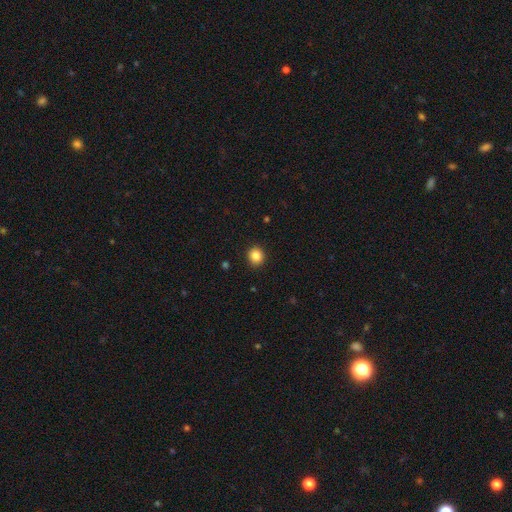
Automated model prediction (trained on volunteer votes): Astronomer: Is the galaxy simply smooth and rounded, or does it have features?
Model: smooth — 86%.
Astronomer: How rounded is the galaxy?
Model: round — 88%.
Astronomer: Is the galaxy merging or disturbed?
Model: none — 91%.